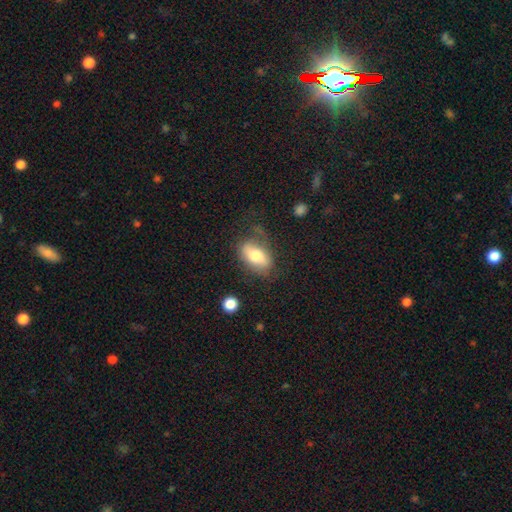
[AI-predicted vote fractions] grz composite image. It shows a smooth galaxy with no disk features (68%) that is in between round and cigar-shaped (90%). Merging: none (57%).